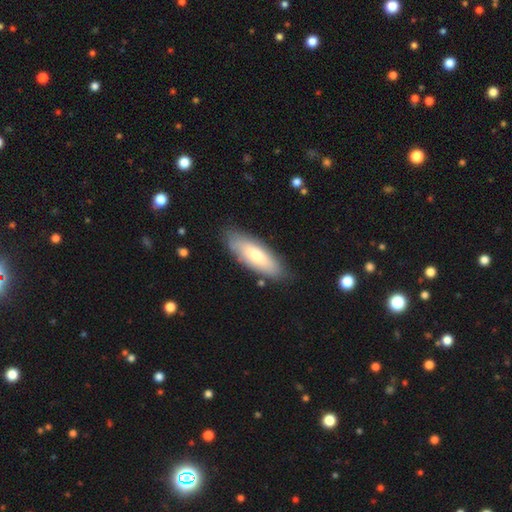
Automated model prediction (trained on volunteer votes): Smooth or featured: smooth — 68% (featured or disk — 26%)
How rounded: in between — 67% (cigar-shaped — 32%)
Merging: none — 83% (minor disturbance — 13%)